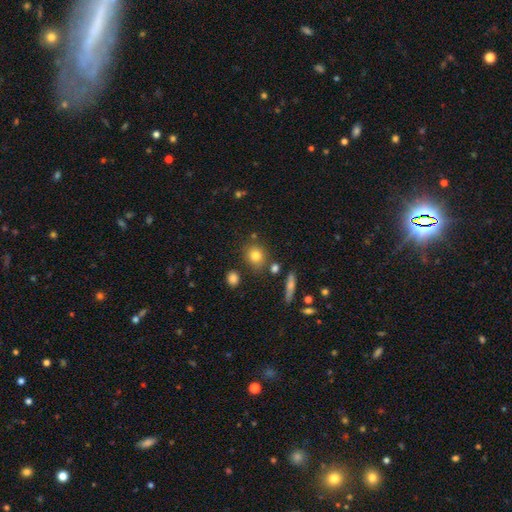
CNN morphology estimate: smooth-or-featured: smooth: 79% | star or artifact: 12% | featured or disk: 9%
  how-rounded: round: 79% | in between: 19% | cigar-shaped: 2%
  merging: none: 77% | minor disturbance: 11% | merger: 8% | major disturbance: 4%